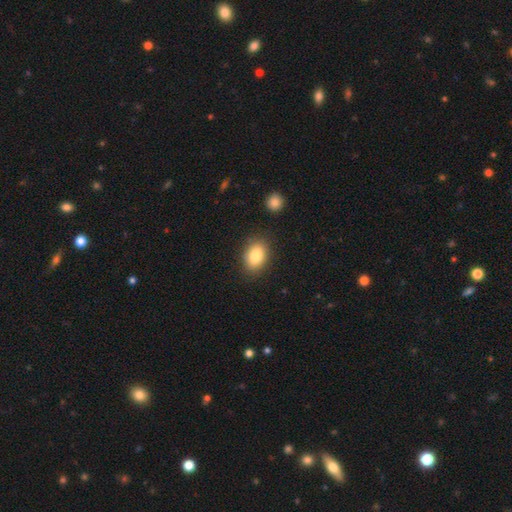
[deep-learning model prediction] A smooth galaxy with no disk features (84%) that is in between round and cigar-shaped (81%).

Vote fractions:
- Smooth or featured? smooth: 84% / star or artifact: 8% / featured or disk: 8%
- How rounded? in between: 81% / round: 18% / cigar-shaped: 1%
- Merging? none: 83% / minor disturbance: 11% / major disturbance: 3% / merger: 2%